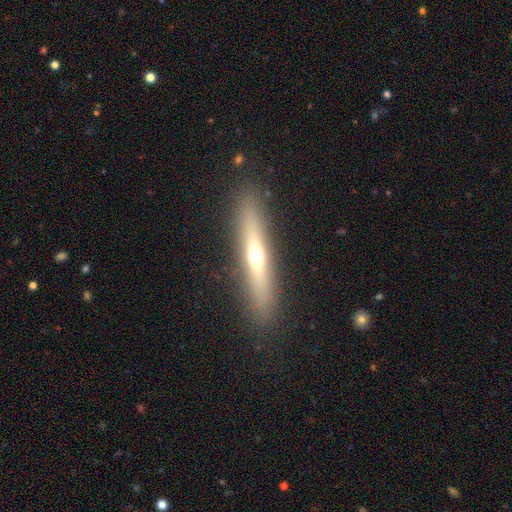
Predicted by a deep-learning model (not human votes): This is possibly a featured or disk galaxy (49%). Merging: clearly none (89%).